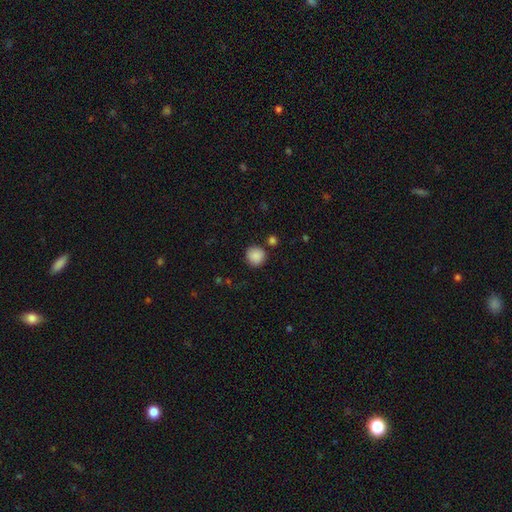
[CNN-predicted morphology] The model was most divided on "merging": none: 83%, minor disturbance: 9%, merger: 5%, major disturbance: 3%. More confident: how rounded — round (93%); smooth or featured — smooth (88%).